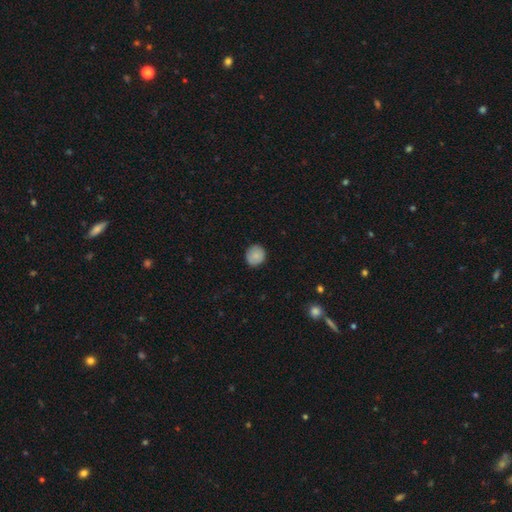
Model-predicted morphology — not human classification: Q: Smooth or featured?
A: smooth (86%); runner-up: star or artifact (7%)
Q: How rounded?
A: round (89%); runner-up: in between (10%)
Q: Merging?
A: none (88%); runner-up: minor disturbance (9%)